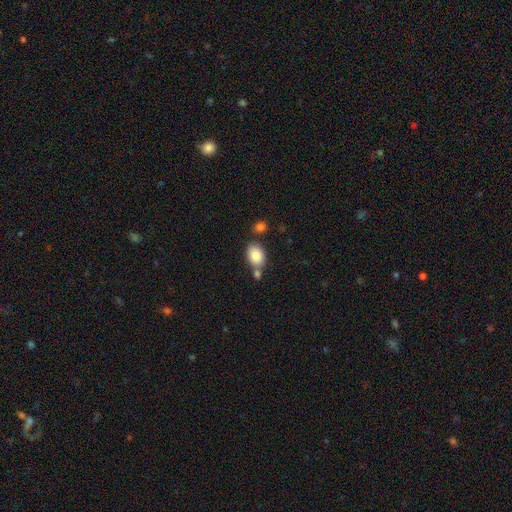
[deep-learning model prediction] smooth-or-featured: smooth: 85% | featured or disk: 8% | star or artifact: 7%
  how-rounded: in between: 82% | round: 17% | cigar-shaped: 1%
  merging: none: 62% | merger: 20% | minor disturbance: 14% | major disturbance: 4%